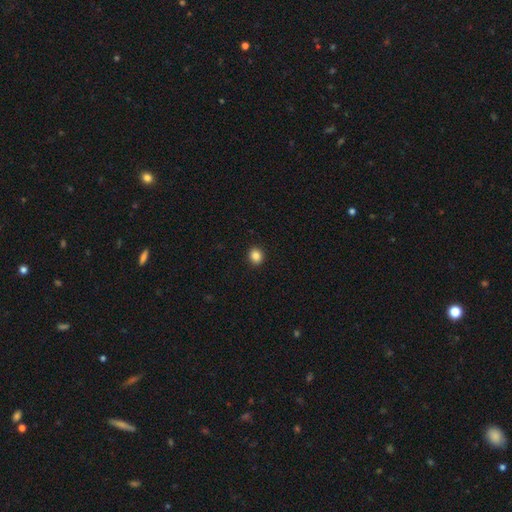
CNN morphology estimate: A smooth galaxy with no disk features (86%) that is round (73%). Merging: none (92%).